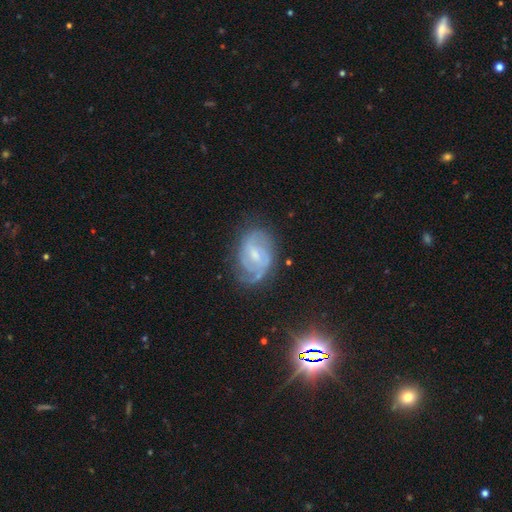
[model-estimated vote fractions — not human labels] Morphology: type=featured or disk (82%); edge-on=no (97%); bar=weak (57%); spiral arms=yes (95%); winding=medium (44%); arm count=2 (55%); bulge=small (49%); merging=none (69%).